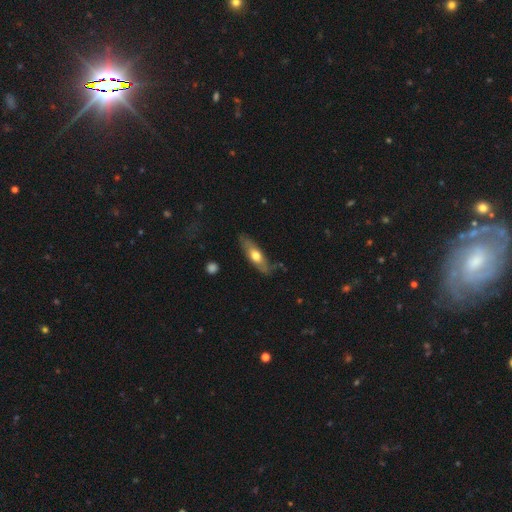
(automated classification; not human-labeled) This is possibly a smooth galaxy (51%). How rounded: possibly cigar-shaped (51%). Merging: likely none (72%).